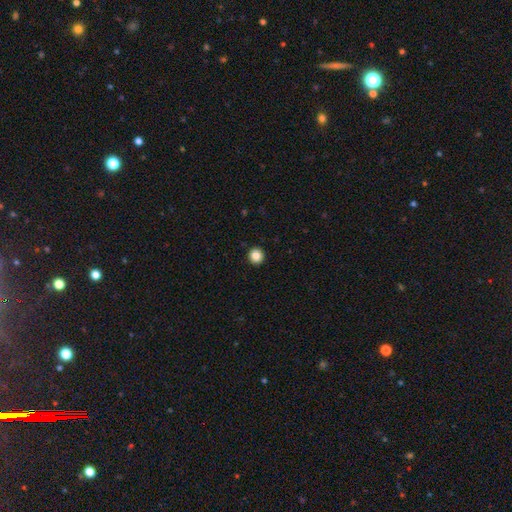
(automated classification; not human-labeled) Smooth or featured?
  - smooth: 85% *
  - star or artifact: 10%
  - featured or disk: 4%
How rounded?
  - round: 94% *
  - in between: 5%
  - cigar-shaped: 1%
Merging?
  - none: 93% *
  - minor disturbance: 4%
  - major disturbance: 1%
  - merger: 1%